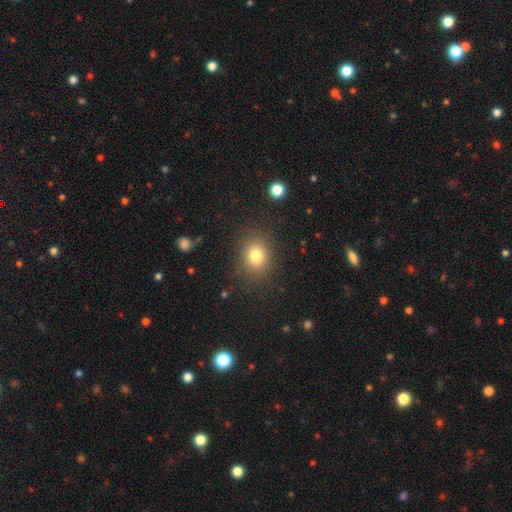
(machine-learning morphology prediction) The model was most divided on "how rounded": round: 65%, in between: 34%, cigar-shaped: 1%. More confident: merging — none (85%); smooth or featured — smooth (79%).